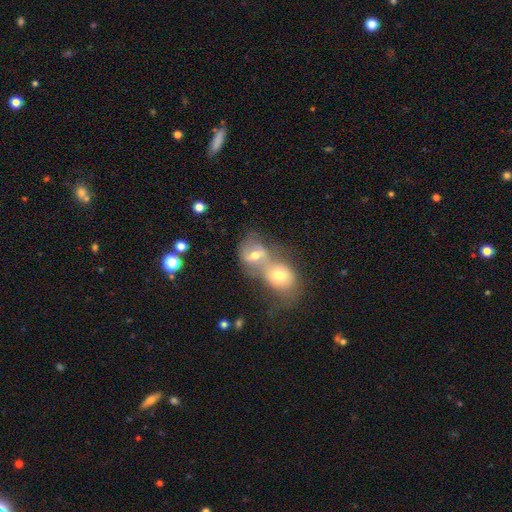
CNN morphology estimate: This is possibly a smooth galaxy (49%). Merging: likely merger (73%).